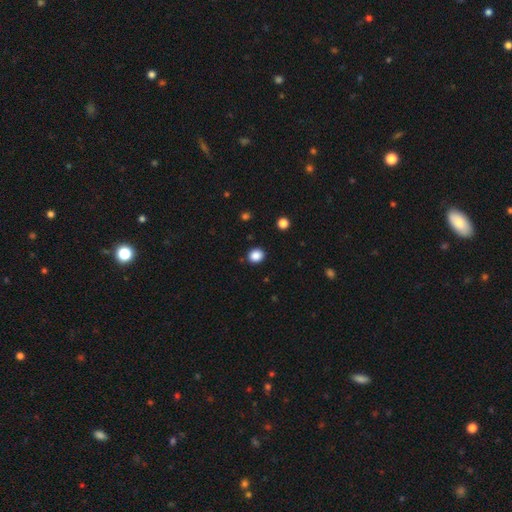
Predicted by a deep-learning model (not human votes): Smooth or featured? Predicted: smooth (p=0.87). How rounded? Predicted: round (p=0.76). Merging? Predicted: none (p=0.90).